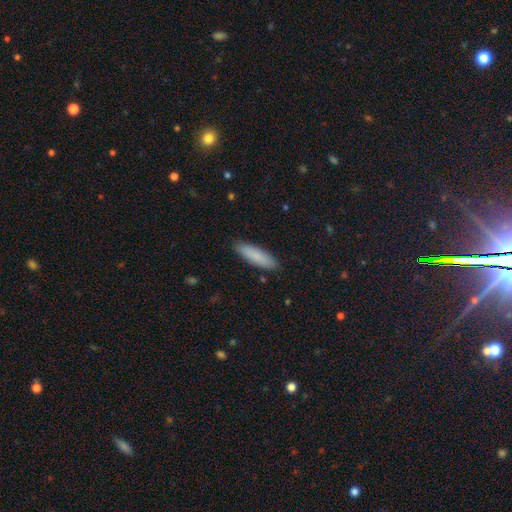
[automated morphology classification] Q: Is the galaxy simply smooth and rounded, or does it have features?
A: smooth — 85%.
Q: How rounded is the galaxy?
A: cigar-shaped — 65%.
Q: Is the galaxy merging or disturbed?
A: none — 89%.